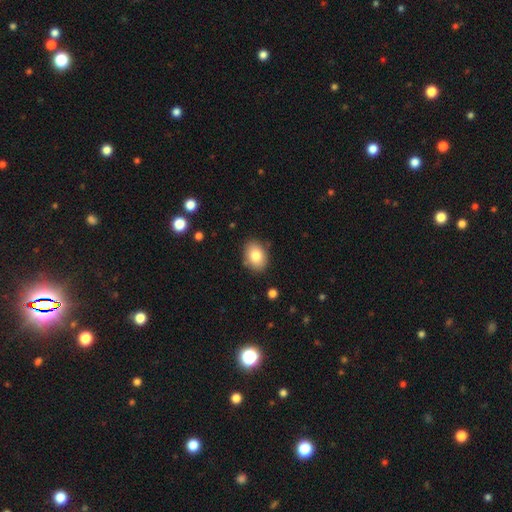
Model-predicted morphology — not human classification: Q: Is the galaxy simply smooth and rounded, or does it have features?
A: smooth — 82%.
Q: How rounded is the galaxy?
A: in between — 71%.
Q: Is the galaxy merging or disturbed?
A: none — 85%.